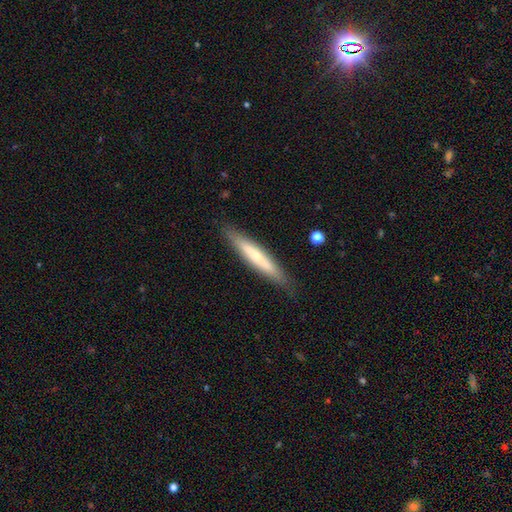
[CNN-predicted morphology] type=smooth (51%); roundness=cigar-shaped (93%); merging=none (88%).